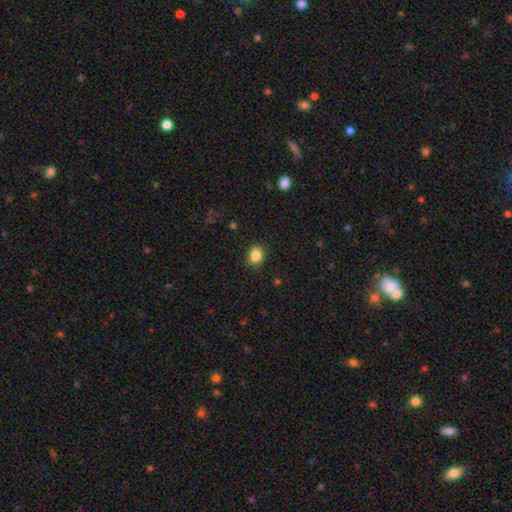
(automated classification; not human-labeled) smooth_or_featured: smooth (p=0.85) [alt: star or artifact p=0.10]
how_rounded: round (p=0.60) [alt: in between p=0.40]
merging: none (p=0.84) [alt: minor disturbance p=0.13]